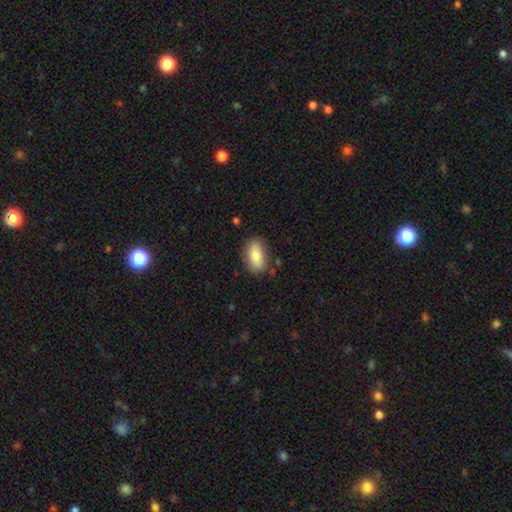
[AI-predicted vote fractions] Overall: smooth (80%). How rounded: in between (88%). Merging: none (81%).